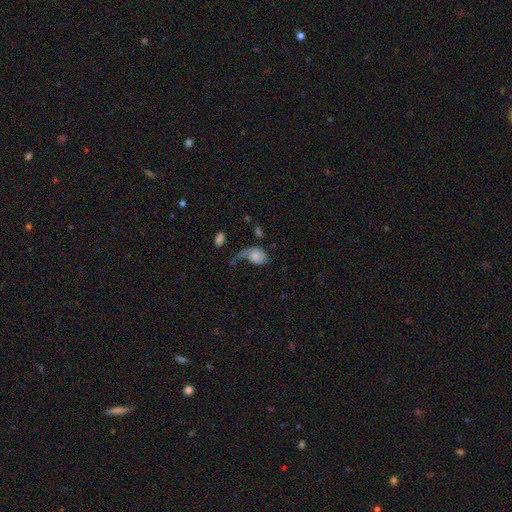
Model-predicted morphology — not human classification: Smooth or featured? Predicted: smooth (p=0.57). How rounded? Predicted: in between (p=0.68). Merging? Predicted: major disturbance (p=0.53).